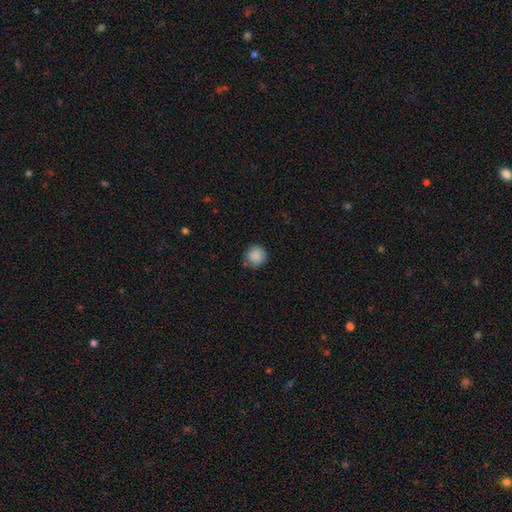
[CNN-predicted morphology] smooth 88%, star or artifact 8%, featured or disk 4%. Down the decision tree: how rounded — round (93%); merging — none (82%).